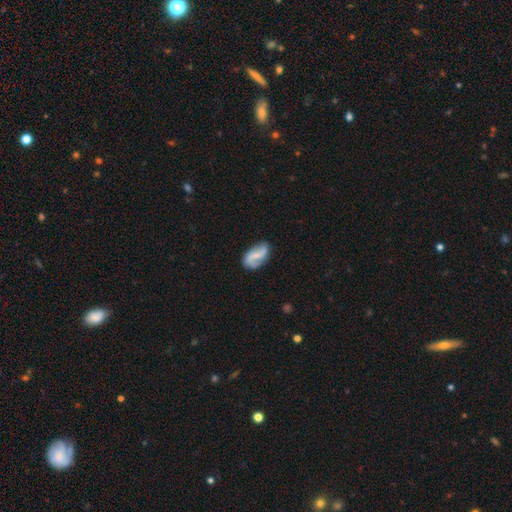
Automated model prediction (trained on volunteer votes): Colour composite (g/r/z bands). It shows a featured or disk galaxy (70%) with a weak bar (44%), 2 (89%) loose (65%) spiral arms (91%) and a small central bulge (55%). Merging: none (71%).